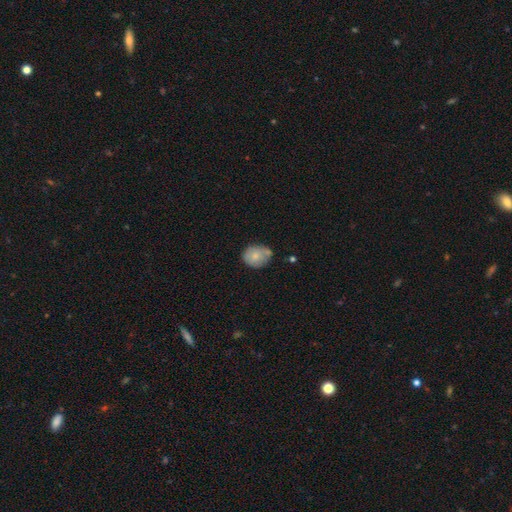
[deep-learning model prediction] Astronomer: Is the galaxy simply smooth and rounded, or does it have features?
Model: smooth — 72%.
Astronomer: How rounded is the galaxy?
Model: round — 62%.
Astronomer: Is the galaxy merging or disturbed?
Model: none — 55%.